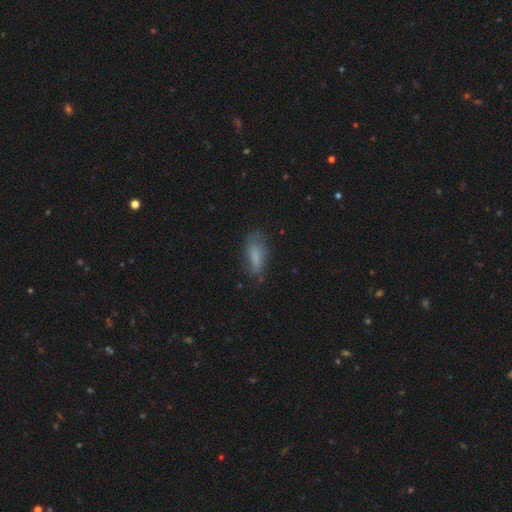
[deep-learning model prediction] smooth-or-featured: smooth: 70% | featured or disk: 21% | star or artifact: 9%
  how-rounded: in between: 75% | cigar-shaped: 22% | round: 3%
  merging: none: 60% | minor disturbance: 27% | major disturbance: 11% | merger: 2%